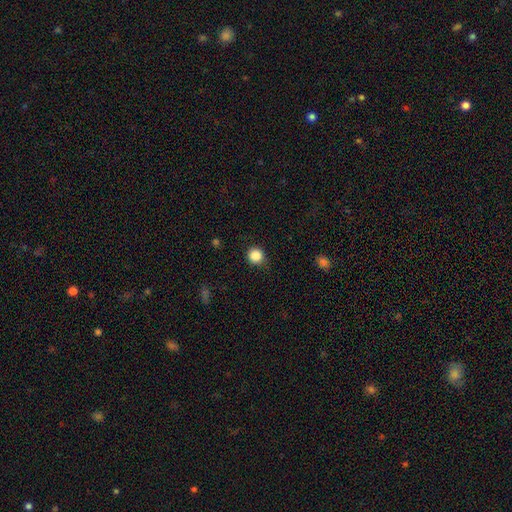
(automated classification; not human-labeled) Smooth or featured? smooth (86%)
How rounded? round (88%)
Merging? none (85%)